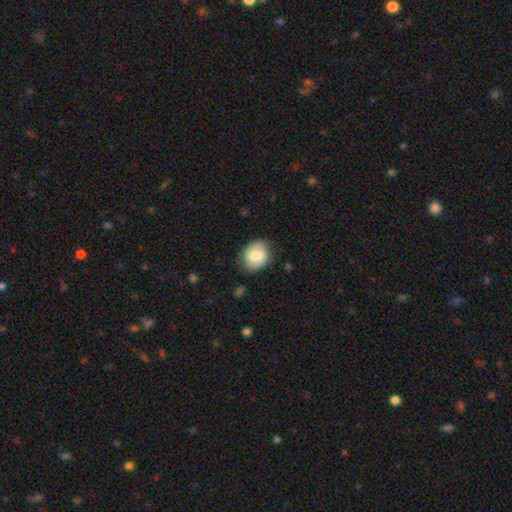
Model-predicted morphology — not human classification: A smooth galaxy with no disk features (54%) that is round (63%).

Vote fractions:
- Smooth or featured? smooth: 54% / featured or disk: 39% / star or artifact: 7%
- How rounded? round: 63% / in between: 36% / cigar-shaped: 1%
- Merging? none: 78% / minor disturbance: 16% / major disturbance: 4% / merger: 1%